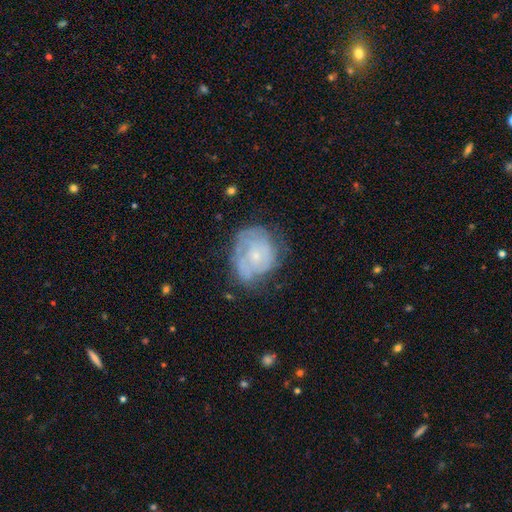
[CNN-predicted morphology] Overall: featured or disk (68%). Edge-on disk: no (97%). Bar: no (80%). Spiral arms: yes (77%). Spiral arm count: can't tell (51%; 2 18%). Spiral winding: tight (63%; medium 27%). Bulge size: small (74%). Merging: none (57%; minor disturbance 27%).